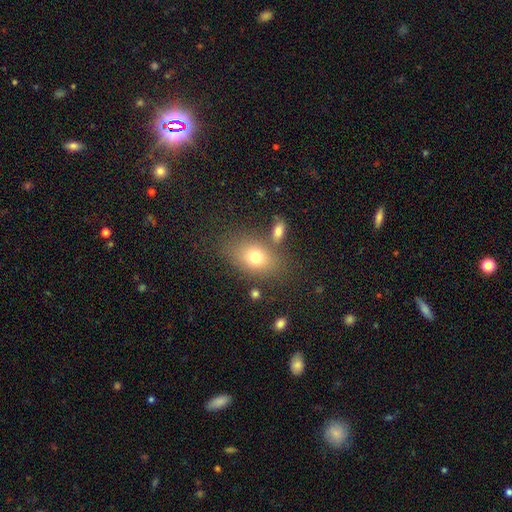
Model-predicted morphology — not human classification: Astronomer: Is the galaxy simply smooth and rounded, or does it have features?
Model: smooth — 74%.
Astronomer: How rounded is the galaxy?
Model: in between — 80%.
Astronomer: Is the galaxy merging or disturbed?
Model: none — 65%.